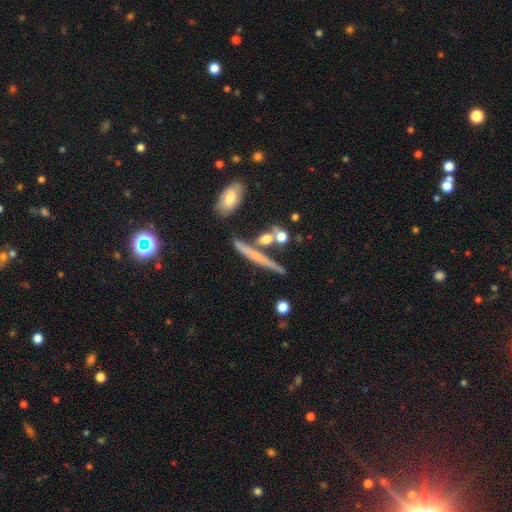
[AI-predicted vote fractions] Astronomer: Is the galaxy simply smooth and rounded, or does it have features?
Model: featured or disk — 55% (runner-up: smooth, 34%).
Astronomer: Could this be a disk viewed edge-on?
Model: yes — 94%.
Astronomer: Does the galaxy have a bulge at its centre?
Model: none — 54% (runner-up: rounded, 38%).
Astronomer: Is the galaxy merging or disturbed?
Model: none — 75%.